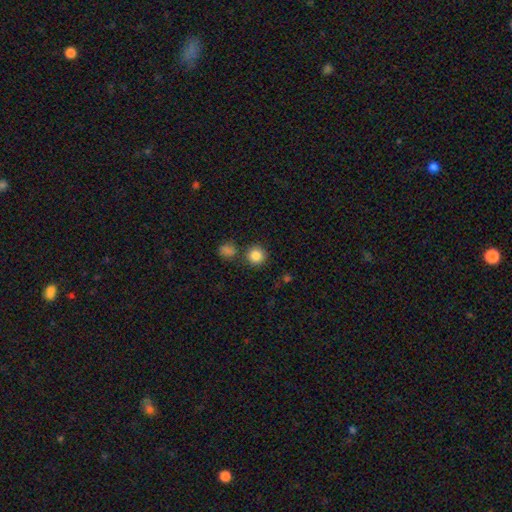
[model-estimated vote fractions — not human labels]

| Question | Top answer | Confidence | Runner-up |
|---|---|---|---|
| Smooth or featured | smooth | 86% | star or artifact (10%) |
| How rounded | round | 93% | in between (6%) |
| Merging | none | 81% | merger (9%) |